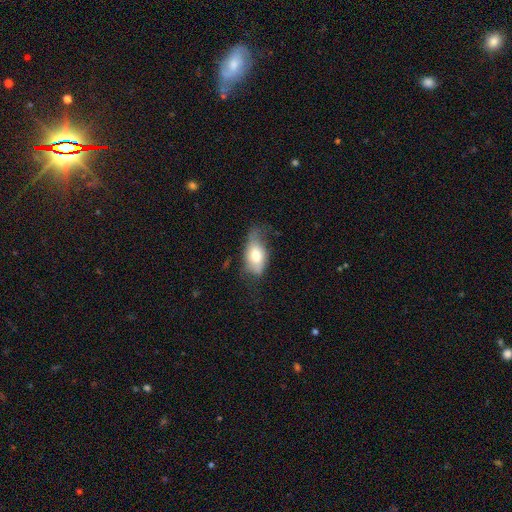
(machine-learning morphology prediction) Smooth or featured: smooth — 70% (featured or disk — 23%)
How rounded: in between — 89% (round — 7%)
Merging: minor disturbance — 39% (none — 38%)